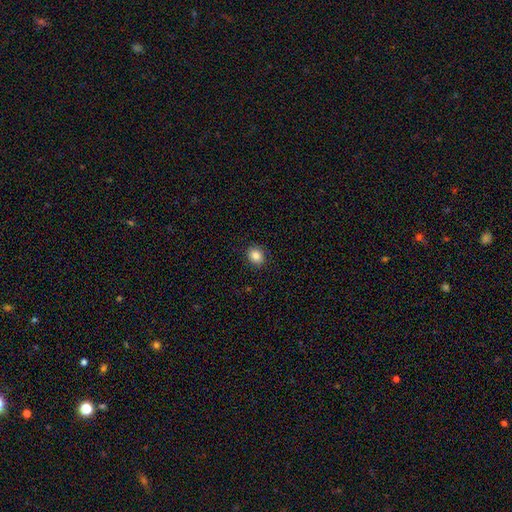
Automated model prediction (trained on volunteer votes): Smooth or featured? Predicted: smooth (p=0.85). How rounded? Predicted: round (p=0.63). Merging? Predicted: none (p=0.90).